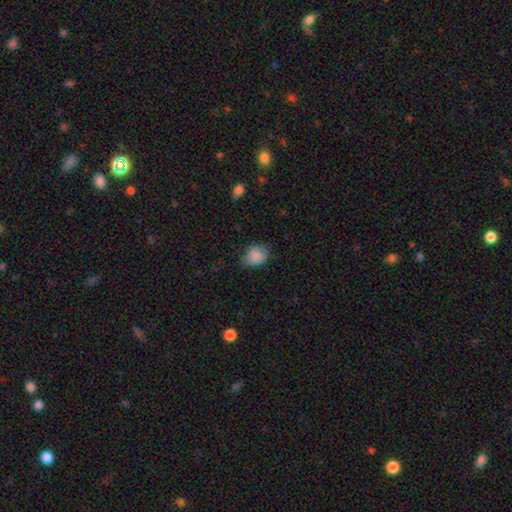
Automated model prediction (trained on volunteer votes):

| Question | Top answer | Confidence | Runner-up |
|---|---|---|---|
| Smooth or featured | smooth | 84% | featured or disk (8%) |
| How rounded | in between | 58% | round (41%) |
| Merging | none | 63% | minor disturbance (29%) |